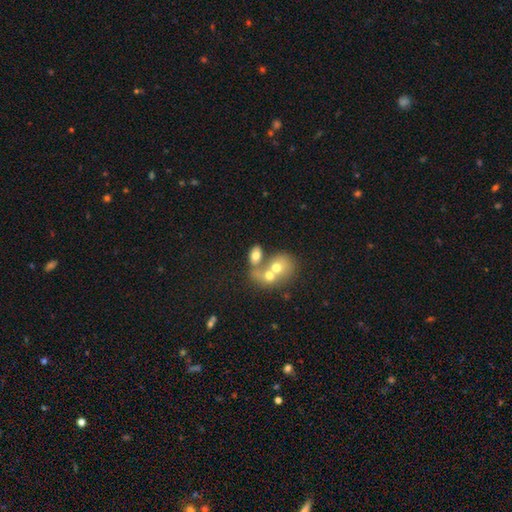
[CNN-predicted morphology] smooth_or_featured: smooth (p=0.64) [alt: featured or disk p=0.25]
how_rounded: in between (p=0.76) [alt: round p=0.22]
merging: merger (p=0.60) [alt: none p=0.26]